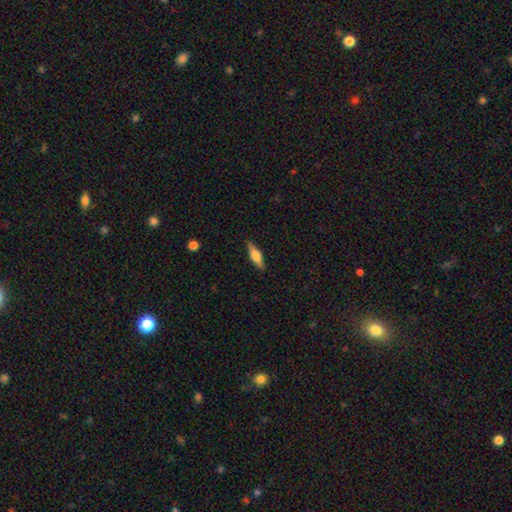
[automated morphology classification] Smooth or featured? smooth (54%)
How rounded? cigar-shaped (59%)
Merging? none (88%)